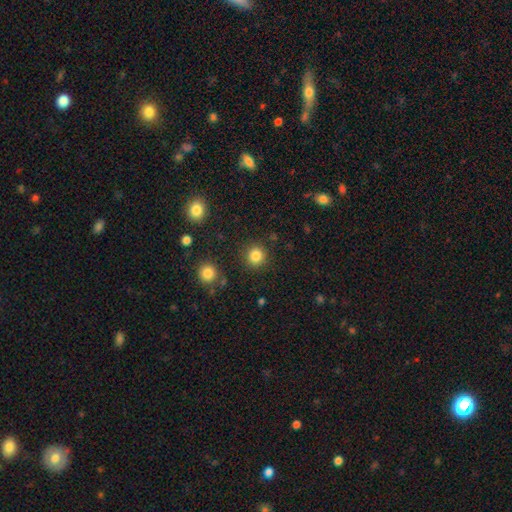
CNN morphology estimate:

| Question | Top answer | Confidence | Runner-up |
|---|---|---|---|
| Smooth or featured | smooth | 85% | star or artifact (11%) |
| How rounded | round | 92% | in between (7%) |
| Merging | none | 89% | minor disturbance (6%) |